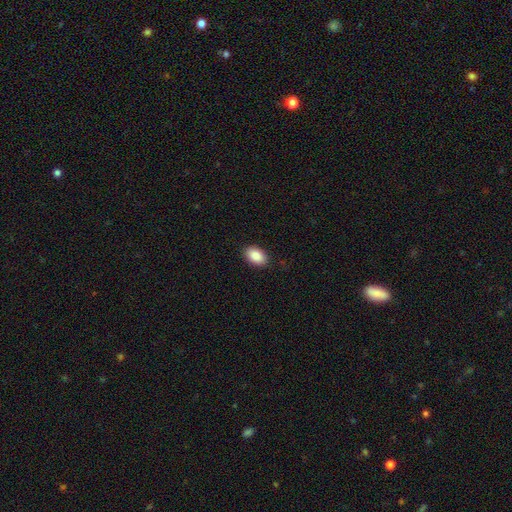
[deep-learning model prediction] Smooth or featured: smooth — 87% (star or artifact — 7%)
How rounded: in between — 90% (round — 9%)
Merging: none — 89% (minor disturbance — 8%)